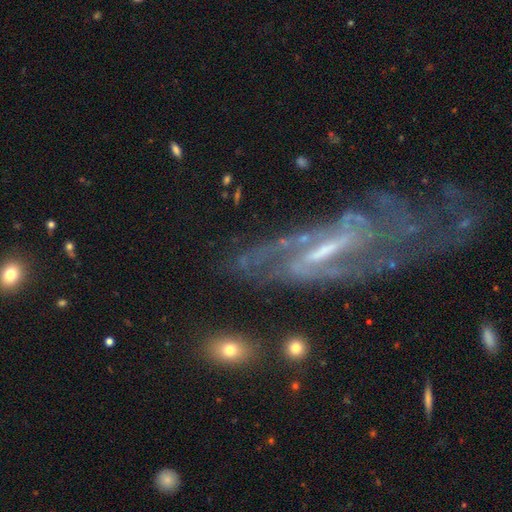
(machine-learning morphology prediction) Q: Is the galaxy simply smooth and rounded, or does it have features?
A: featured or disk — 83%.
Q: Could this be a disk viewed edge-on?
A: no — 83%.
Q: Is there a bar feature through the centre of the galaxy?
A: strong — 52%.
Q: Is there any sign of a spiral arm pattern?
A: yes — 88%.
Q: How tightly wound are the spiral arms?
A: medium — 46%.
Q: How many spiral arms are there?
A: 2 — 56%.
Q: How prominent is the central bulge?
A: small — 40%.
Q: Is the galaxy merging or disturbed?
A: none — 59%.